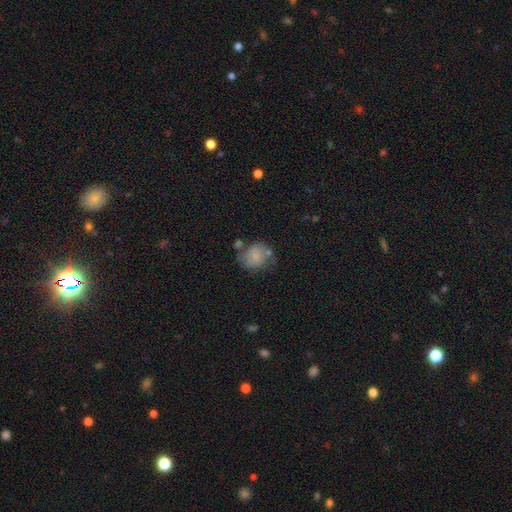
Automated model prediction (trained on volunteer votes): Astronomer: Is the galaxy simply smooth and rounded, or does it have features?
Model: smooth — 70%.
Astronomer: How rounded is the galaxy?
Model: round — 67%.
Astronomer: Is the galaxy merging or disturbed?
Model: none — 54%.